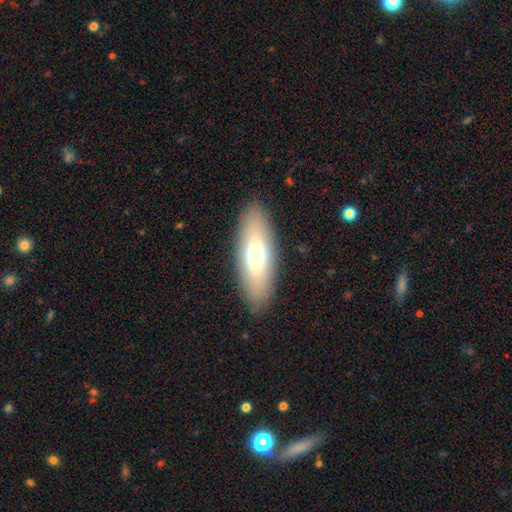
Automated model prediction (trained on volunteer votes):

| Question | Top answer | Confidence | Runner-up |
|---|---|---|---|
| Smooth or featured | smooth | 64% | featured or disk (29%) |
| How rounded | in between | 67% | cigar-shaped (30%) |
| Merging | none | 88% | minor disturbance (8%) |